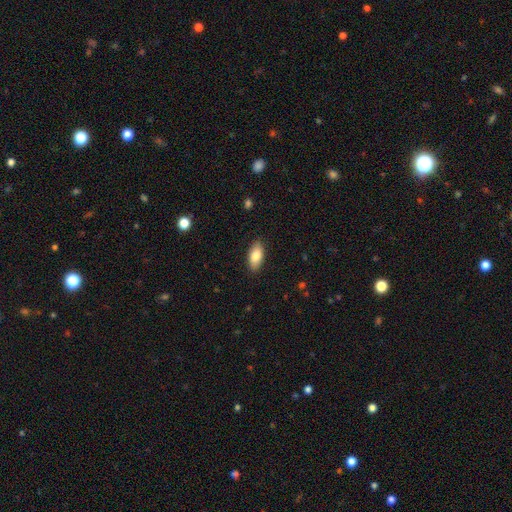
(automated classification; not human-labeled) Smooth or featured?
  - smooth: 82% *
  - featured or disk: 12%
  - star or artifact: 6%
How rounded?
  - in between: 90% *
  - cigar-shaped: 7%
  - round: 3%
Merging?
  - none: 88% *
  - minor disturbance: 9%
  - major disturbance: 2%
  - merger: 1%